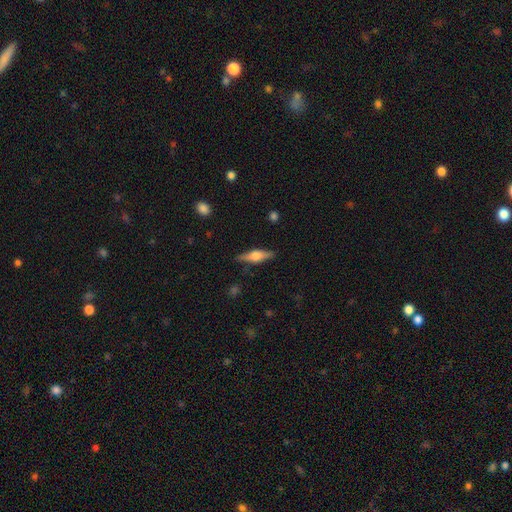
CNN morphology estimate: Q: Smooth or featured?
A: featured or disk (55%); runner-up: smooth (39%)
Q: Edge-on disk?
A: yes (95%); runner-up: no (5%)
Q: Edge-on bulge?
A: rounded (88%); runner-up: boxy (10%)
Q: Merging?
A: none (87%); runner-up: minor disturbance (10%)